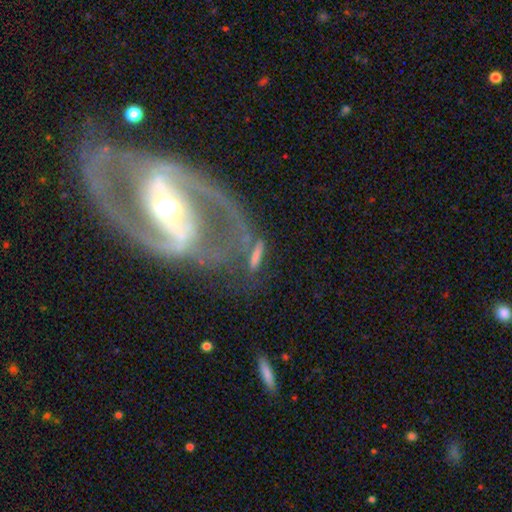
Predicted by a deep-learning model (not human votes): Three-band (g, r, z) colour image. It shows a featured or disk galaxy (46%). Merging: none (49%).